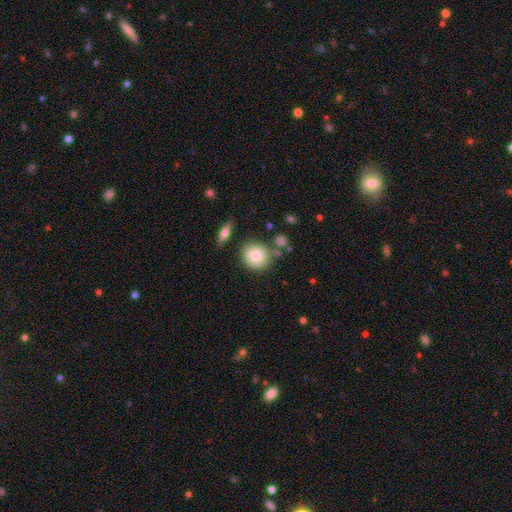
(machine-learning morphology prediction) smooth_or_featured: smooth (p=0.81) [alt: featured or disk p=0.11]
how_rounded: round (p=0.86) [alt: in between p=0.12]
merging: none (p=0.75) [alt: minor disturbance p=0.12]